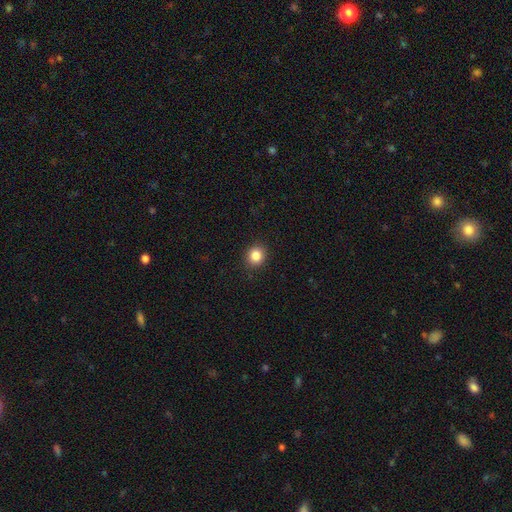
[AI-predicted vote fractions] Smooth or featured?
  - smooth: 85% *
  - star or artifact: 10%
  - featured or disk: 5%
How rounded?
  - round: 80% *
  - in between: 19%
  - cigar-shaped: 1%
Merging?
  - none: 90% *
  - minor disturbance: 7%
  - major disturbance: 2%
  - merger: 1%